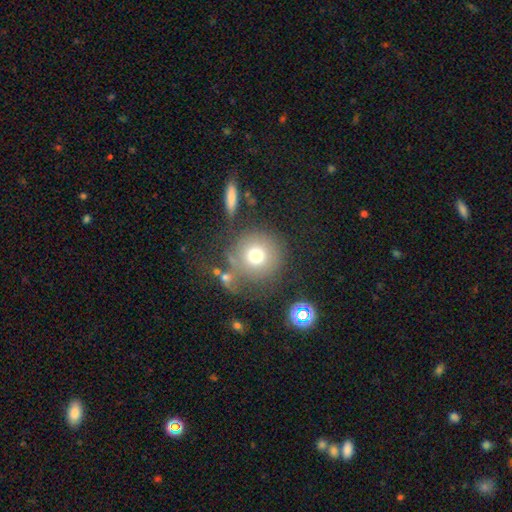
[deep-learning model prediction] Overall: smooth (72%). How rounded: round (93%). Merging: none (68%).